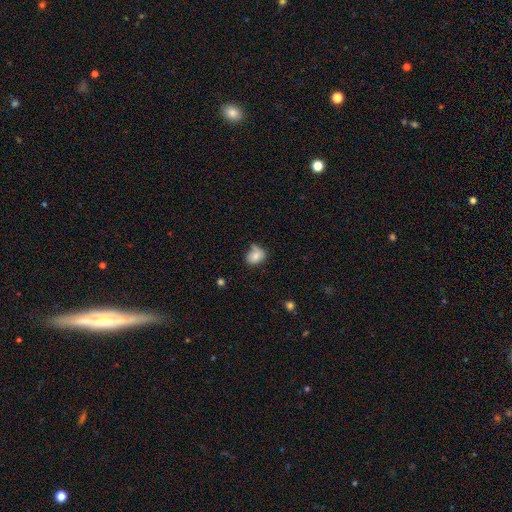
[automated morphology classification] This is clearly a smooth galaxy (80%). How rounded: possibly in between (58%). Merging: possibly none (52%).